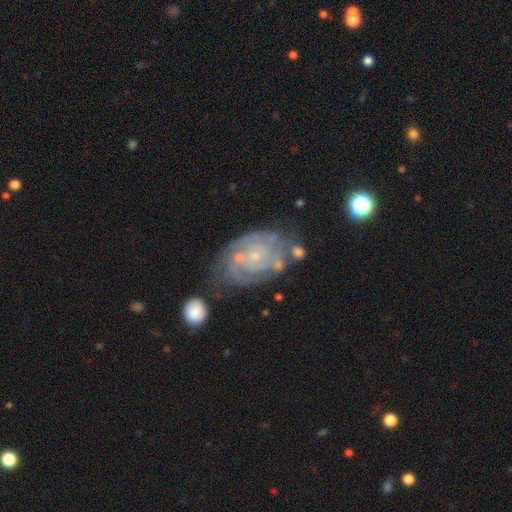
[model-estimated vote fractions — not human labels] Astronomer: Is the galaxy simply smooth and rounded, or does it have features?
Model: featured or disk — 81%.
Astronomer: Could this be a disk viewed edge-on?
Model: no — 97%.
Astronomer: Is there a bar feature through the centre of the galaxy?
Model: no — 77%.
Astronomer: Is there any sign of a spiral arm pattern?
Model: yes — 90%.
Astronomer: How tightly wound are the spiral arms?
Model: tight — 69%.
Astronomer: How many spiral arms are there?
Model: can't tell — 43% (runner-up: 2, 24%).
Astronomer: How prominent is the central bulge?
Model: small — 78%.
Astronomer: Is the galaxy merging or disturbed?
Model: none — 54%.